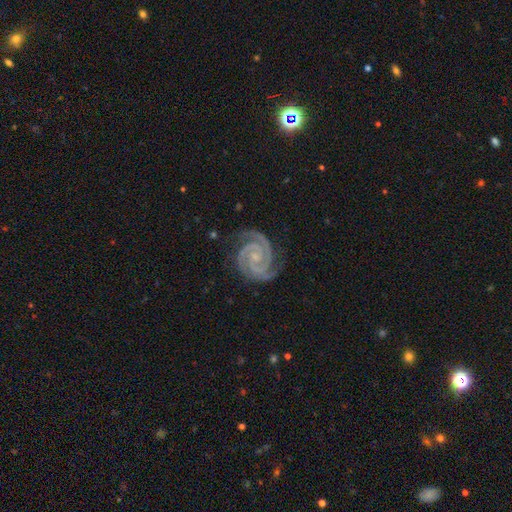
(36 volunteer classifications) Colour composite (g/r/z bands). It shows a featured or disk galaxy (92%) with no bar (61%), 3 (48%) tight (91%) spiral arms (100%) and a small central bulge (79%). Merging: none (83%).